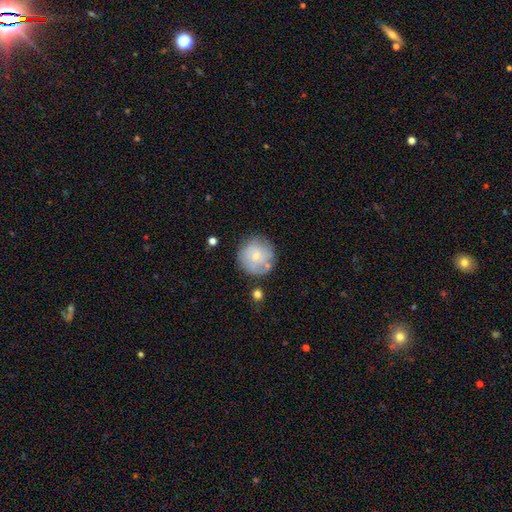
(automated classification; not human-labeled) This is likely a smooth galaxy (67%). How rounded: clearly round (94%). Merging: likely none (71%).